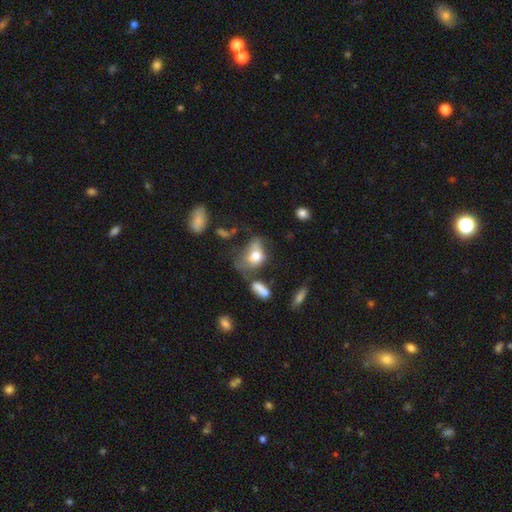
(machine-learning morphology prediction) Smooth or featured? Predicted: smooth (p=0.65). How rounded? Predicted: in between (p=0.76). Merging? Predicted: major disturbance (p=0.34).